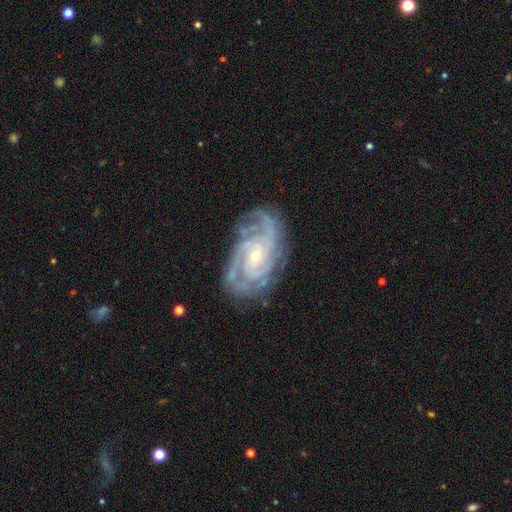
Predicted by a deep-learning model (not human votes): This appears to be a featured or disk galaxy (91%) with no bar (66%), 3 (30%) tight (65%) spiral arms (98%) and a small central bulge (73%). Merging: none (73%).